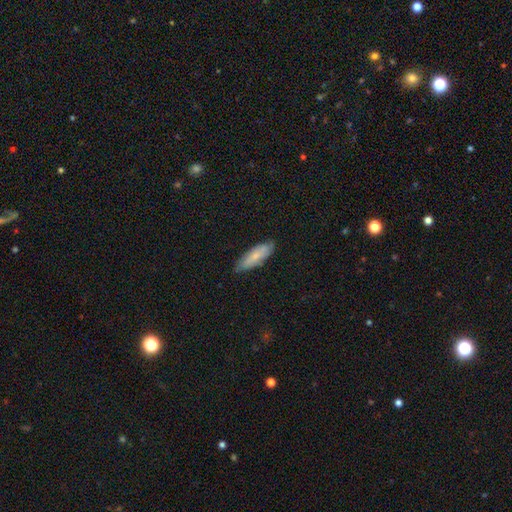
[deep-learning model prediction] This is likely a smooth galaxy (68%). How rounded: possibly in between (53%). Merging: likely none (77%).